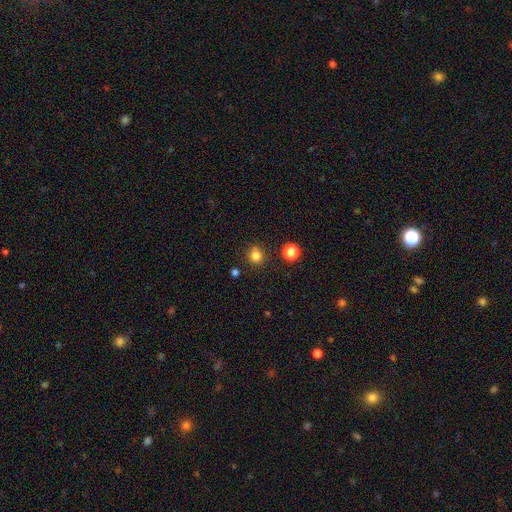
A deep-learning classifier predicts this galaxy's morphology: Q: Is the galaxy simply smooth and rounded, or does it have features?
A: smooth — 81%.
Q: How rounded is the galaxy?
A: round — 86%.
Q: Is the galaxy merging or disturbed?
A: none — 81%.